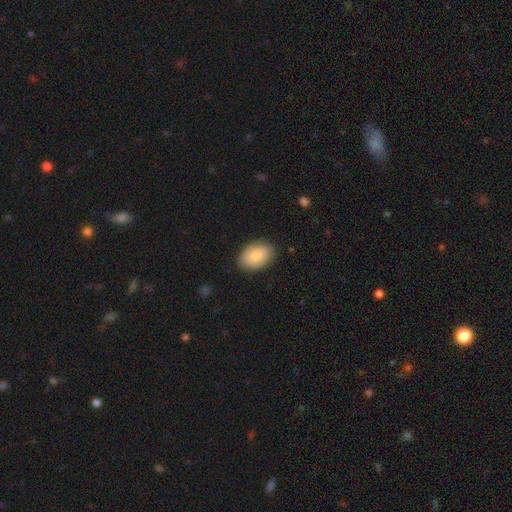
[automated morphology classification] smooth 83%, featured or disk 11%, star or artifact 6%. Down the decision tree: how rounded — in between (87%); merging — none (86%).